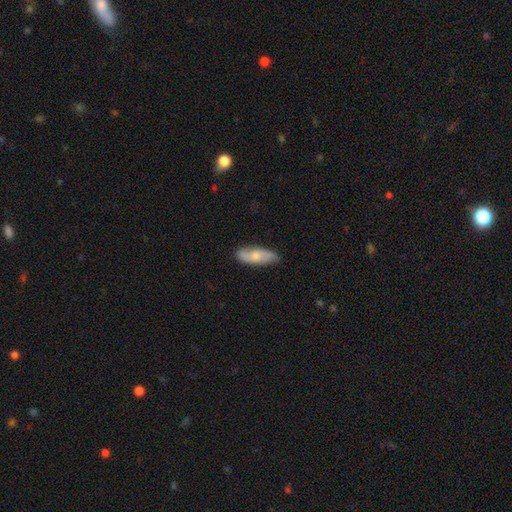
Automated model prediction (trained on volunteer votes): A smooth galaxy with no disk features (58%) that is in between round and cigar-shaped (68%). Merging: none (78%).